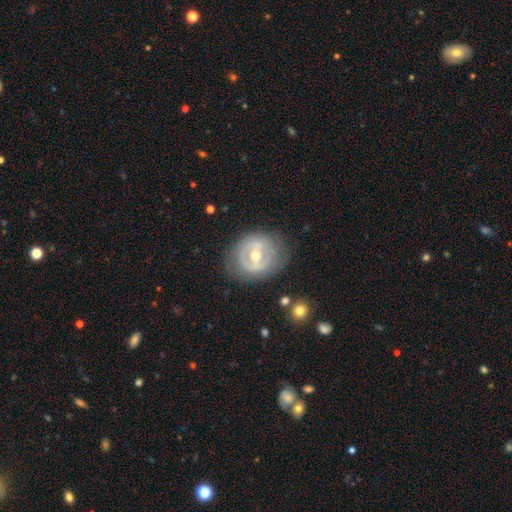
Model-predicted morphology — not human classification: featured or disk 69%, smooth 24%, star or artifact 7%. Down the decision tree: edge-on disk — no (95%); bar — weak (41%); spiral arms — no (64%); bulge size — moderate (63%); merging — none (74%).